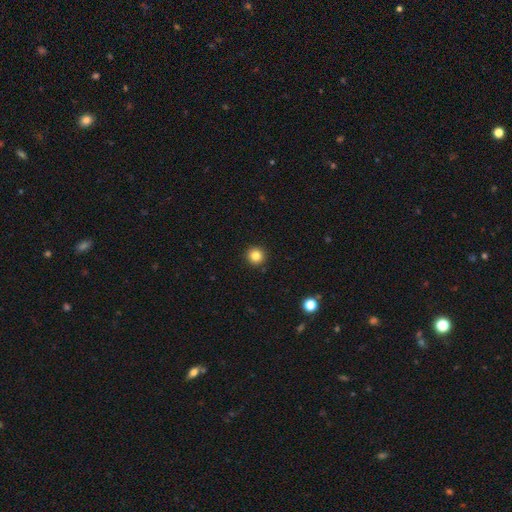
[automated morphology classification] smooth_or_featured: smooth (p=0.83) [alt: star or artifact p=0.11]
how_rounded: round (p=0.95) [alt: in between p=0.04]
merging: none (p=0.93) [alt: minor disturbance p=0.05]